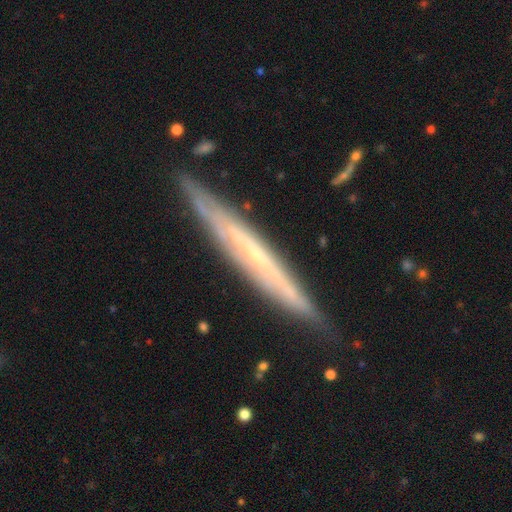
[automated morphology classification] smooth_or_featured: featured or disk (p=0.72) [alt: smooth p=0.22]
disk_edge_on: yes (p=0.87) [alt: no p=0.13]
edge_on_bulge: none (p=0.74) [alt: rounded p=0.21]
merging: none (p=0.82) [alt: minor disturbance p=0.14]